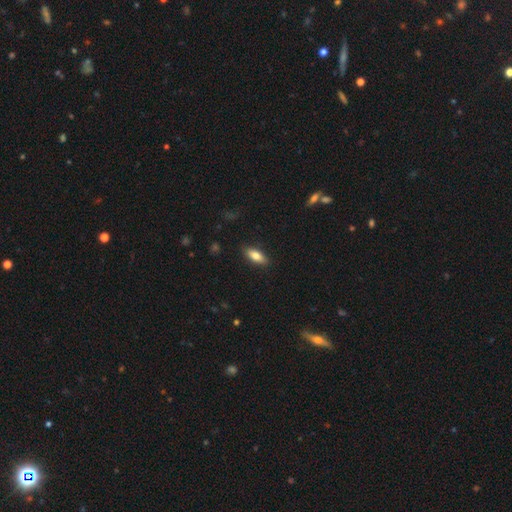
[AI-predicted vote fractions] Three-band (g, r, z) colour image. It shows a smooth galaxy with no disk features (77%) that is in between round and cigar-shaped (76%). Merging: none (88%).